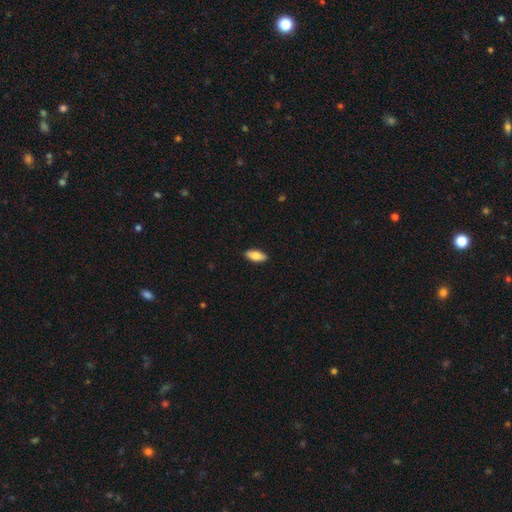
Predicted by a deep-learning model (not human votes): This is clearly a smooth galaxy (83%). How rounded: clearly in between (83%). Merging: clearly none (90%).